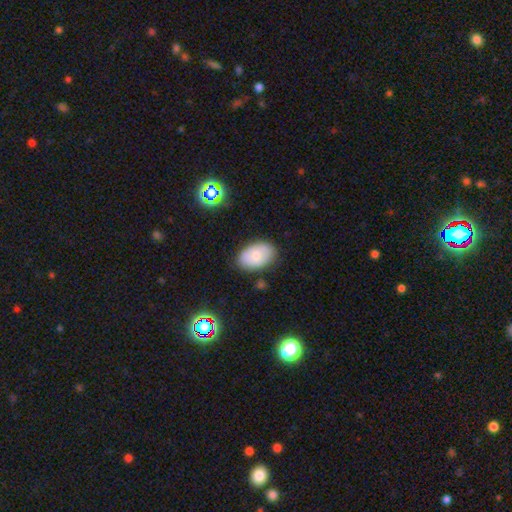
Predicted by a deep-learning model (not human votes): Morphology: type=smooth (71%); roundness=in between (90%); merging=none (81%).